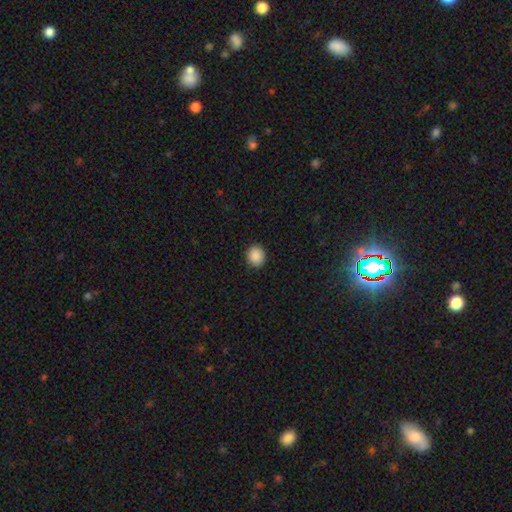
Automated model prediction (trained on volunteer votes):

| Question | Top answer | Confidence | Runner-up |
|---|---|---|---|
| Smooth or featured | smooth | 89% | star or artifact (8%) |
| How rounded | round | 80% | in between (19%) |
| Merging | none | 91% | minor disturbance (6%) |